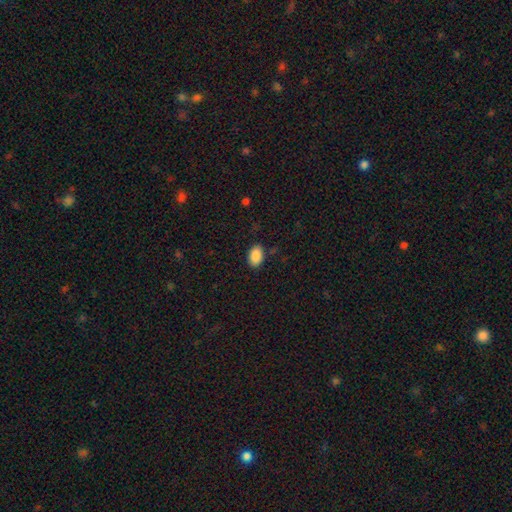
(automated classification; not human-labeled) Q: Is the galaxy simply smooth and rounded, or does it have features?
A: smooth — 89%.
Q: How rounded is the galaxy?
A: in between — 88%.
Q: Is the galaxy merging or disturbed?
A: none — 85%.